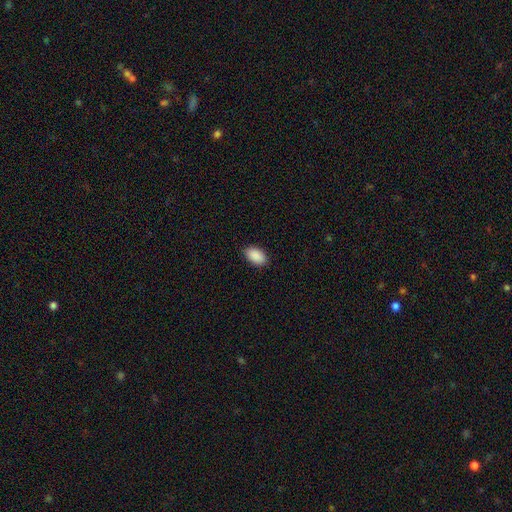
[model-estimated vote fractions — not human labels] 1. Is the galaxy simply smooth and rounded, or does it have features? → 90% smooth, 7% star or artifact, 3% featured or disk.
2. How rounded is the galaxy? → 93% in between, 5% round, 2% cigar-shaped.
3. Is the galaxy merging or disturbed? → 88% none, 9% minor disturbance, 2% major disturbance, 1% merger.